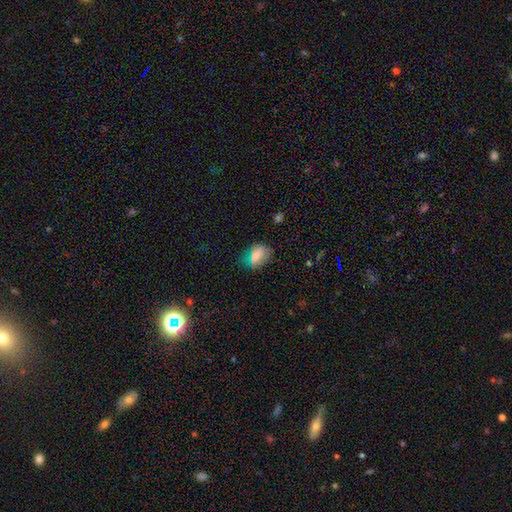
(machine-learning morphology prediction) Smooth or featured?
  - smooth: 72% *
  - featured or disk: 16%
  - star or artifact: 11%
How rounded?
  - in between: 81% *
  - round: 16%
  - cigar-shaped: 3%
Merging?
  - none: 67% *
  - minor disturbance: 24%
  - major disturbance: 7%
  - merger: 2%